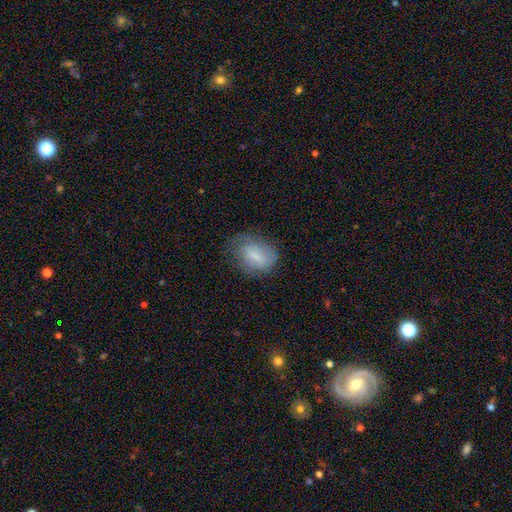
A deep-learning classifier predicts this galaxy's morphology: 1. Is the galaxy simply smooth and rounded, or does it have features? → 63% smooth, 29% featured or disk, 8% star or artifact.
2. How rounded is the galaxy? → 78% in between, 18% round, 4% cigar-shaped.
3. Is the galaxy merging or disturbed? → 54% none, 30% minor disturbance, 15% major disturbance, 2% merger.